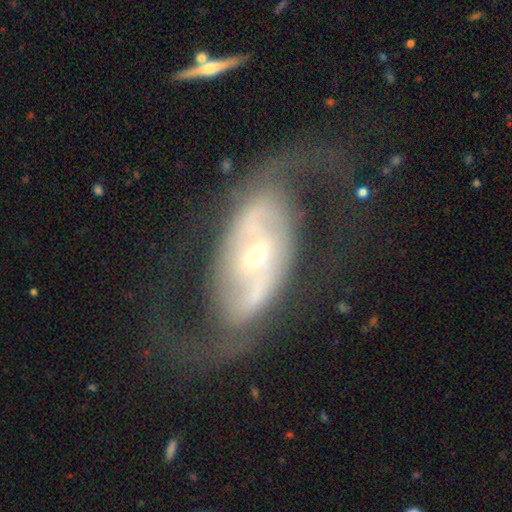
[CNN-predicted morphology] This is clearly a featured or disk galaxy (83%). It is clearly not viewed edge-on (93%). Bar: marginally strong (37%). Spiral arm pattern: clearly yes (83%). Spiral arm count: clearly 2 (87%). Spiral winding: marginally loose (43%). Central bulge: possibly small (59%). Merging: likely none (66%).